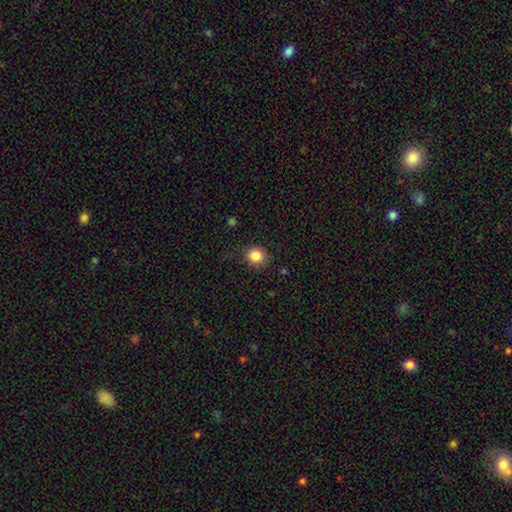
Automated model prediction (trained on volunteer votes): Smooth or featured: smooth — 85% (star or artifact — 10%)
How rounded: round — 85% (in between — 15%)
Merging: none — 85% (minor disturbance — 11%)